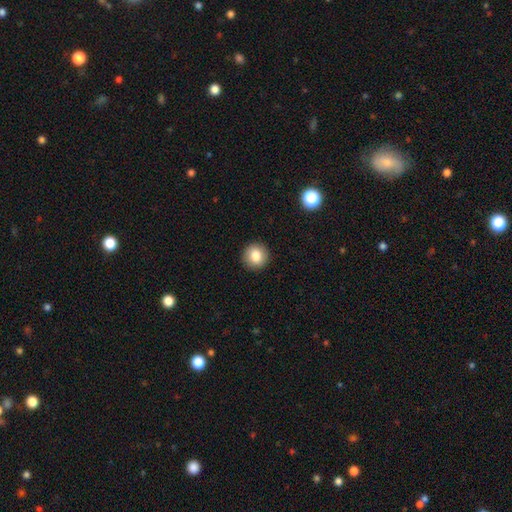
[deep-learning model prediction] Smooth or featured: smooth — 83% (star or artifact — 9%)
How rounded: round — 93% (in between — 6%)
Merging: none — 92% (minor disturbance — 5%)